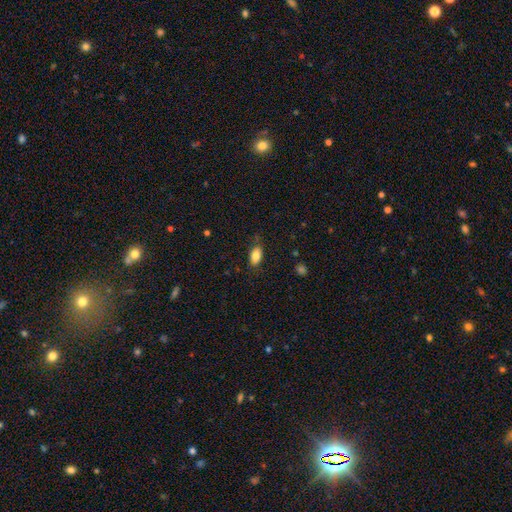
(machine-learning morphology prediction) This is clearly a smooth galaxy (84%). How rounded: clearly in between (90%). Merging: likely none (79%).